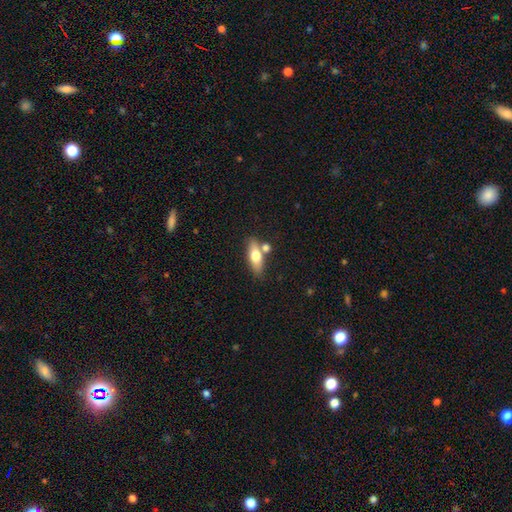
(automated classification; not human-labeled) smooth 64%, featured or disk 30%, star or artifact 7%. Down the decision tree: how rounded — in between (63%); merging — none (65%).